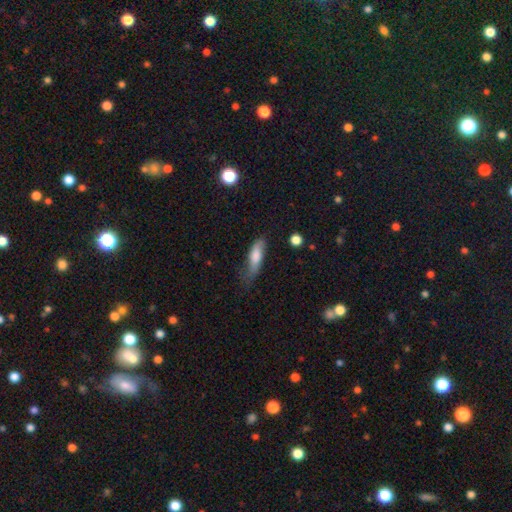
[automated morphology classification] Smooth or featured? Predicted: smooth (p=0.69). How rounded? Predicted: cigar-shaped (p=0.49, tied with in between). Merging? Predicted: none (p=0.48).